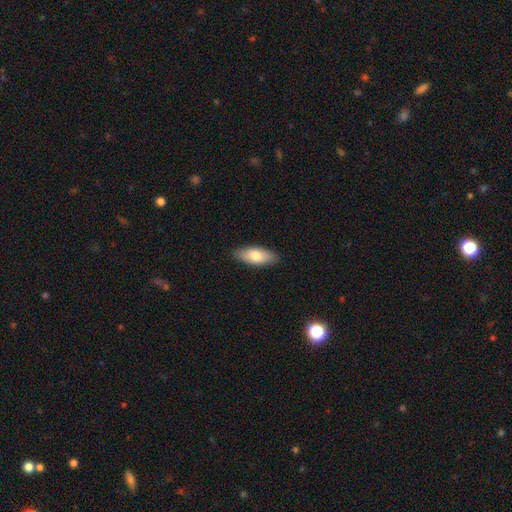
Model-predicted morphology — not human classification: Smooth or featured: smooth — 76% (featured or disk — 19%)
How rounded: in between — 79% (cigar-shaped — 19%)
Merging: none — 88% (minor disturbance — 9%)